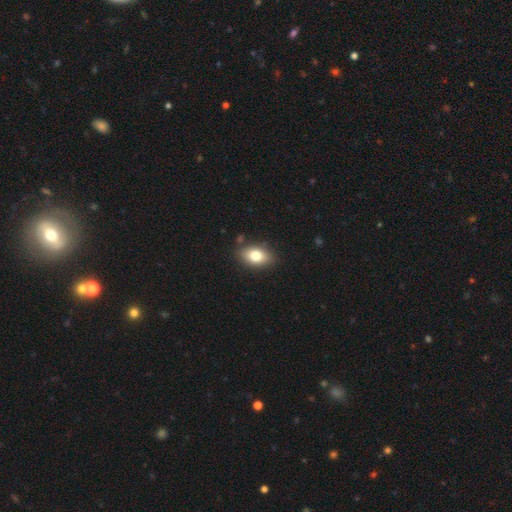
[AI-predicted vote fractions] This is likely a smooth galaxy (78%). How rounded: clearly in between (85%). Merging: clearly none (83%).